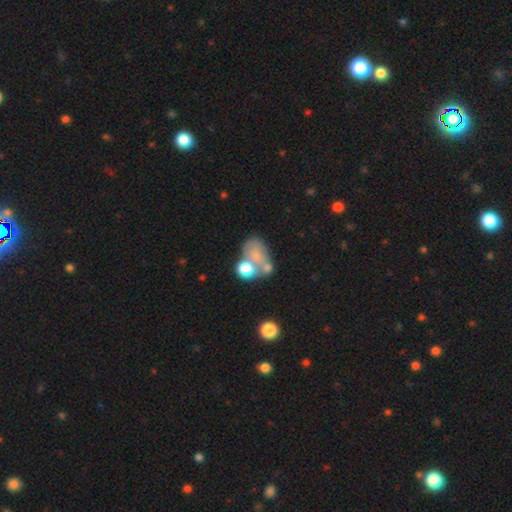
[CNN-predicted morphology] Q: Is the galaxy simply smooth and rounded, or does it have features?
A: smooth — 58%.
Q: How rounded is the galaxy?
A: in between — 72%.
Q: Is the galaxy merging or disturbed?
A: merger — 40%.